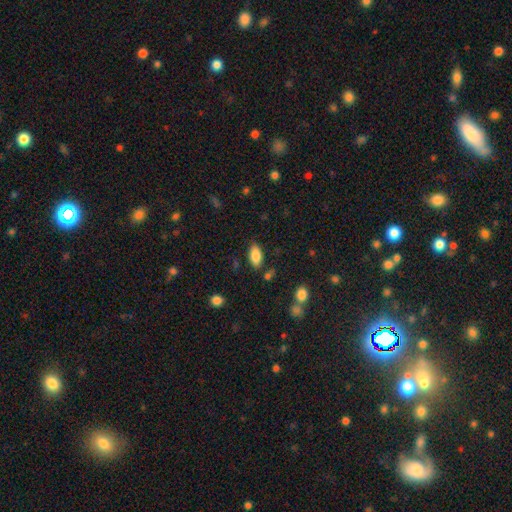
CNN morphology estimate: Smooth or featured? smooth (84%)
How rounded? in between (90%)
Merging? none (81%)